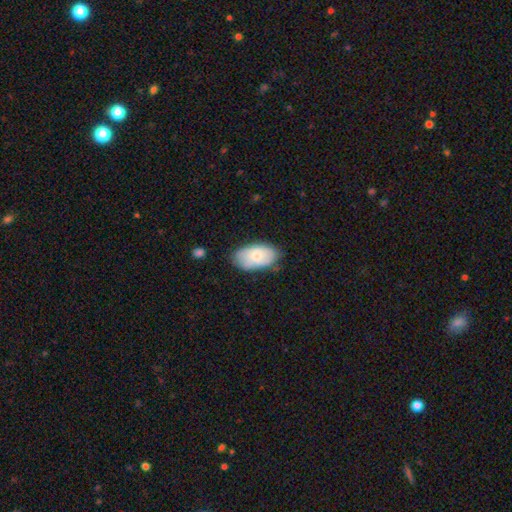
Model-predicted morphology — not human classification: Q: Smooth or featured?
A: smooth (70%); runner-up: featured or disk (24%)
Q: How rounded?
A: in between (94%); runner-up: round (4%)
Q: Merging?
A: none (69%); runner-up: minor disturbance (24%)